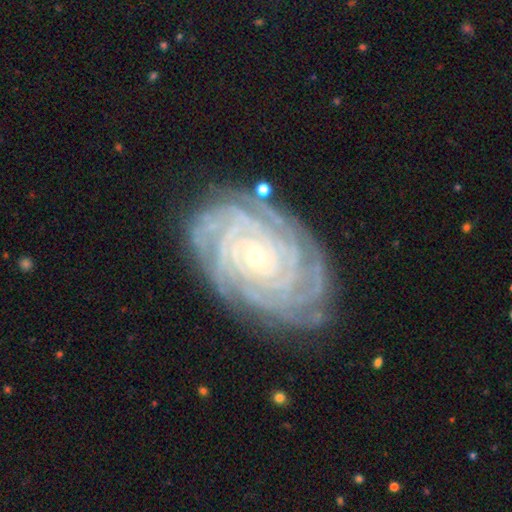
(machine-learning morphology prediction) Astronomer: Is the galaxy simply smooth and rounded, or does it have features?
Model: featured or disk — 90%.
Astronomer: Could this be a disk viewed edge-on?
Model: no — 97%.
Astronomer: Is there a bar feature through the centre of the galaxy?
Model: no — 78%.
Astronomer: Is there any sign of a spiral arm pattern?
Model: yes — 98%.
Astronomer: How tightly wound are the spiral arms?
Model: tight — 89%.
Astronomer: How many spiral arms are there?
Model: more than 4 — 29% (runner-up: 4, 26%).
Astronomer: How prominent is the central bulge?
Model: small — 79%.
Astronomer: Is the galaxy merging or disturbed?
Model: none — 81%.